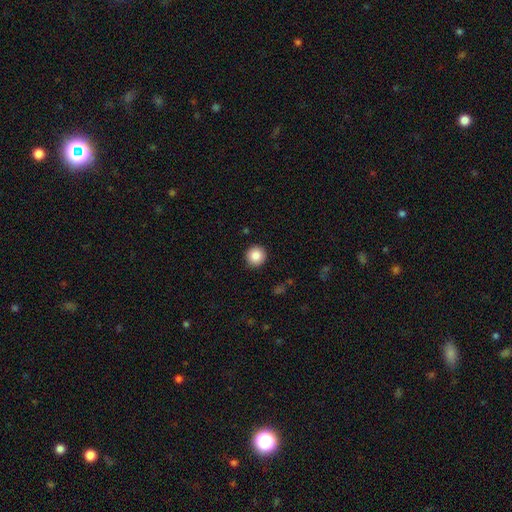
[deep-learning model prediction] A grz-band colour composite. It shows a smooth galaxy with no disk features (86%) that is round (95%). Merging: none (92%).